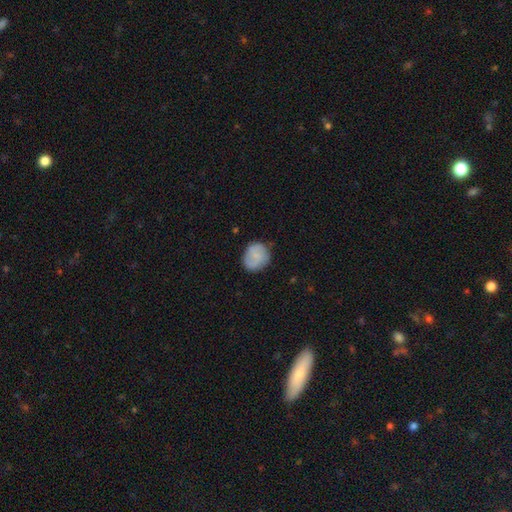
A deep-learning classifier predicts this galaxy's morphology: smooth_or_featured: smooth (p=0.67) [alt: featured or disk p=0.26]
how_rounded: round (p=0.76) [alt: in between p=0.23]
merging: none (p=0.77) [alt: minor disturbance p=0.17]